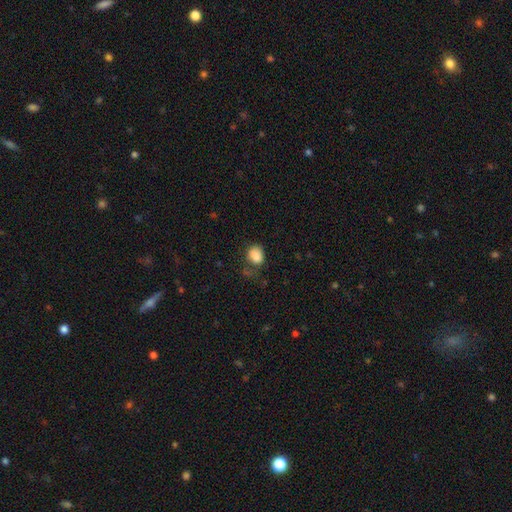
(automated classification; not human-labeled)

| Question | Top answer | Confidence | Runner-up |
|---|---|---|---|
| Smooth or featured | smooth | 85% | star or artifact (10%) |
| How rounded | in between | 56% | round (43%) |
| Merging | none | 58% | minor disturbance (26%) |